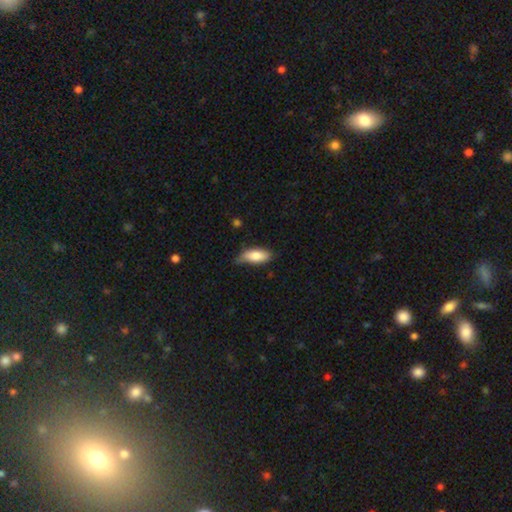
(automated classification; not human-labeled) smooth 82%, featured or disk 12%, star or artifact 6%. Down the decision tree: how rounded — in between (79%); merging — none (57%).